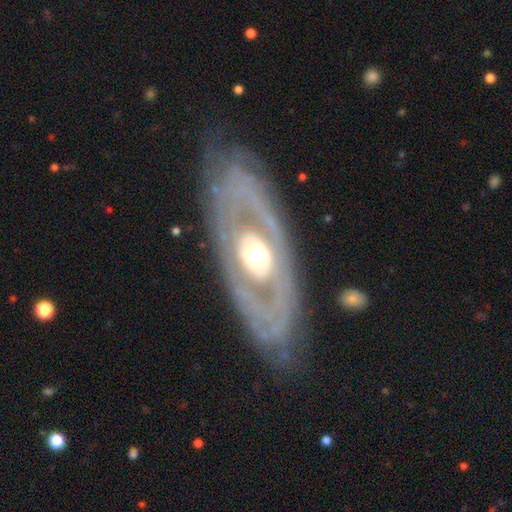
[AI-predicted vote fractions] featured or disk 80%, smooth 16%, star or artifact 4%. Down the decision tree: edge-on disk — no (90%); bar — no (81%); spiral arms — no (51%); bulge size — moderate (65%); merging — none (80%).